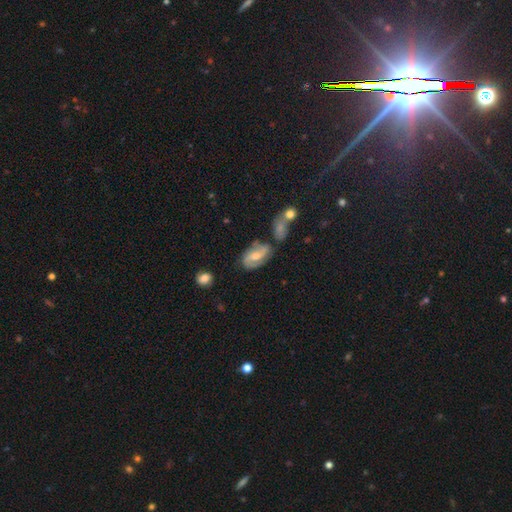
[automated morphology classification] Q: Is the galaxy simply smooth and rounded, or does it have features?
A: featured or disk — 67%.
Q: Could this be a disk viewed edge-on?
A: no — 96%.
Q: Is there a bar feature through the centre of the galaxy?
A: weak — 46%.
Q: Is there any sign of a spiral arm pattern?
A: yes — 89%.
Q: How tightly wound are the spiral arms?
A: medium — 44%.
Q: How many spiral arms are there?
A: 2 — 85%.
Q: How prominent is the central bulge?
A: moderate — 55%.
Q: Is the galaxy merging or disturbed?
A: none — 58%.